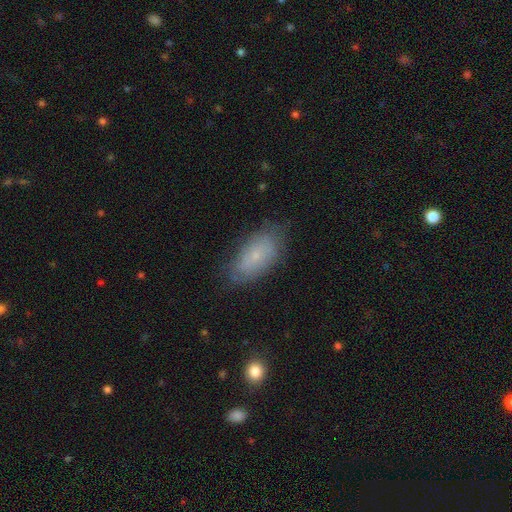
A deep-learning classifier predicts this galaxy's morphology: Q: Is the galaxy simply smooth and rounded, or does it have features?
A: smooth — 63%.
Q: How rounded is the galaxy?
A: in between — 90%.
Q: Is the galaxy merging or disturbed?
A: none — 74%.